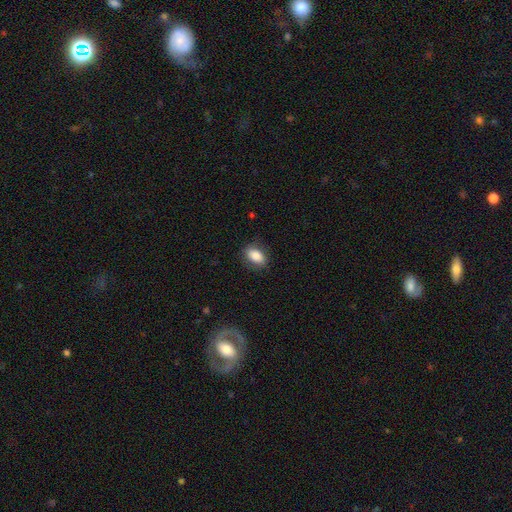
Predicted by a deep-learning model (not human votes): A smooth galaxy with no disk features (84%) that is in between round and cigar-shaped (86%).

Vote fractions:
- Smooth or featured? smooth: 84% / featured or disk: 8% / star or artifact: 7%
- How rounded? in between: 86% / round: 12% / cigar-shaped: 2%
- Merging? none: 81% / minor disturbance: 14% / major disturbance: 4% / merger: 1%